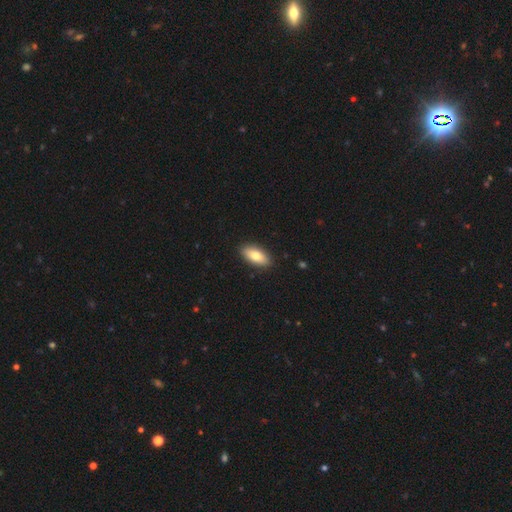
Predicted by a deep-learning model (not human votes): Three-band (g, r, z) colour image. It shows a smooth galaxy with no disk features (78%) that is in between round and cigar-shaped (86%). Merging: none (90%).